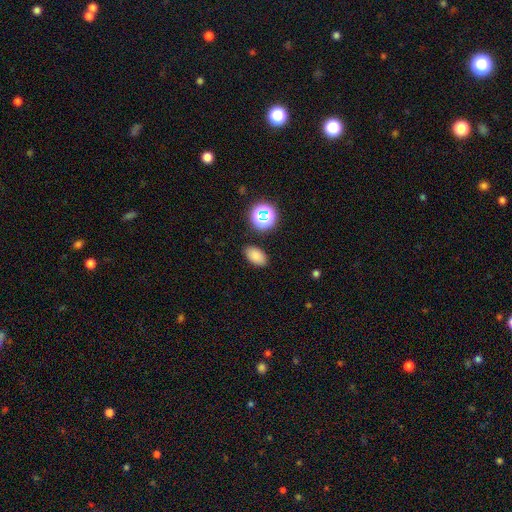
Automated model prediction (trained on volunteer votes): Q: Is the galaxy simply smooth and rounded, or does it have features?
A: smooth — 80%.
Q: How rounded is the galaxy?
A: in between — 90%.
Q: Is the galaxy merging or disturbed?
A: none — 86%.